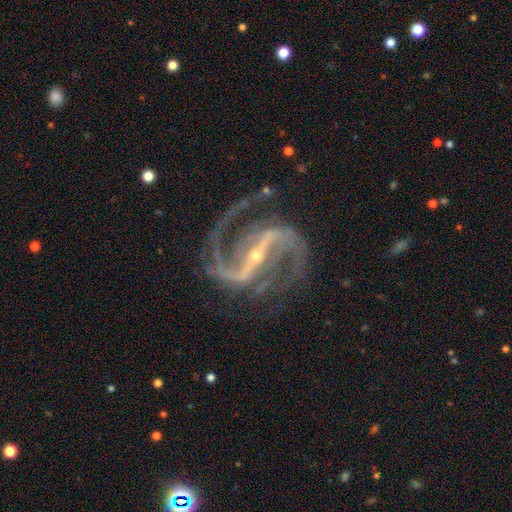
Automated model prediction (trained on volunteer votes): Overall: featured or disk (93%). Edge-on disk: no (97%). Bar: strong (79%). Spiral arms: yes (99%). Spiral arm count: 2 (90%). Spiral winding: medium (61%; loose 23%). Bulge size: small (80%). Merging: none (75%).